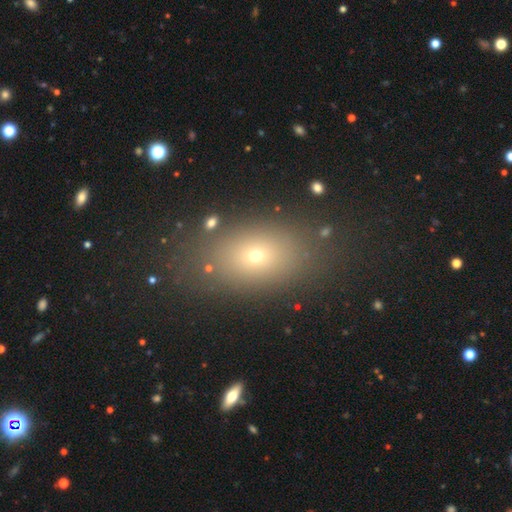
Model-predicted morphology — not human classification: This is likely a smooth galaxy (63%). How rounded: likely in between (73%). Merging: clearly none (83%).